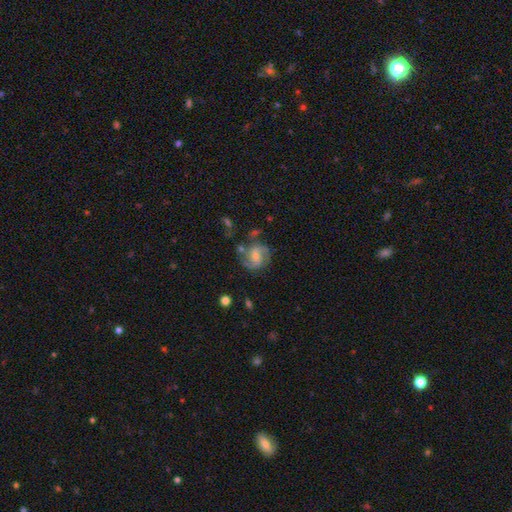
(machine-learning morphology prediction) This appears to be a featured or disk galaxy (79%) with no bar (45%), 2 (77%) medium (52%) spiral arms (95%) and a small central bulge (53%). Merging: none (66%).